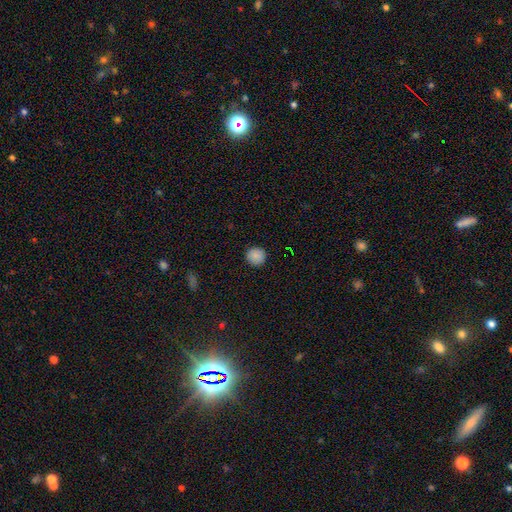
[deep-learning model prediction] Smooth or featured? smooth (88%)
How rounded? round (94%)
Merging? none (92%)